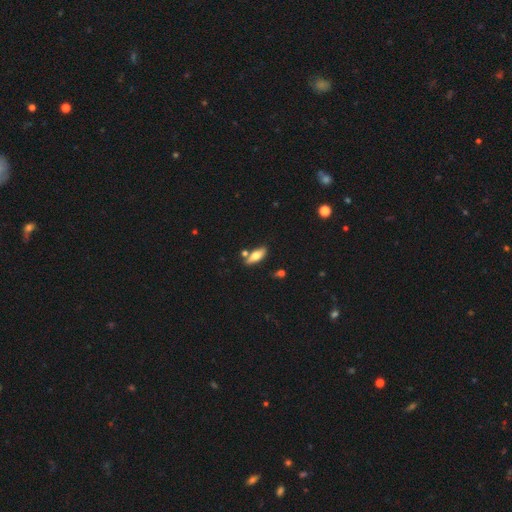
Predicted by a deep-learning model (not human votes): smooth 65%, featured or disk 29%, star or artifact 6%. Down the decision tree: how rounded — in between (69%); merging — none (73%).